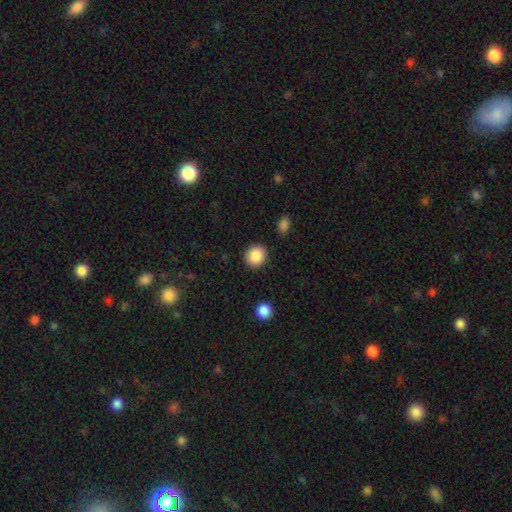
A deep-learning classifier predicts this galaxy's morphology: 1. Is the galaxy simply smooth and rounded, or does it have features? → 88% smooth, 8% star or artifact, 4% featured or disk.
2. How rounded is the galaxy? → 80% round, 19% in between, 1% cigar-shaped.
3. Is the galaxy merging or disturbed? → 90% none, 6% minor disturbance, 2% major disturbance, 2% merger.